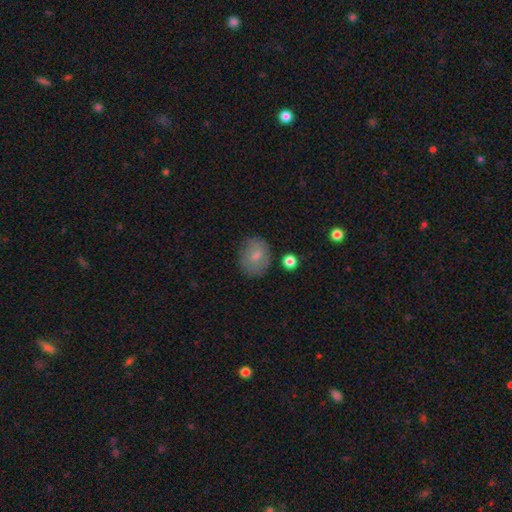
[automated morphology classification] Smooth or featured: smooth — 72% (featured or disk — 20%)
How rounded: round — 54% (in between — 45%)
Merging: none — 74% (minor disturbance — 18%)